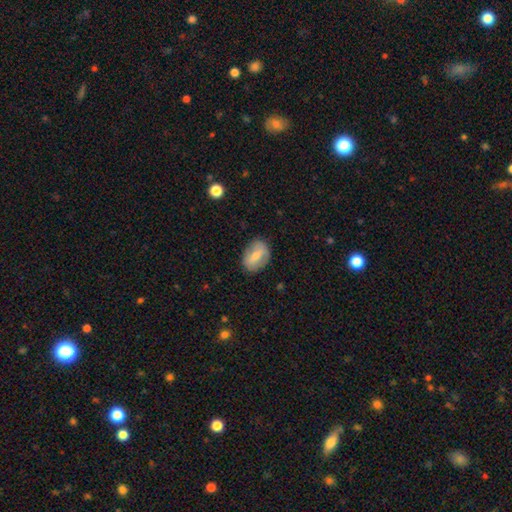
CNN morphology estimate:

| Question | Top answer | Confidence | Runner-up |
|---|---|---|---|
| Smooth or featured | smooth | 60% | featured or disk (33%) |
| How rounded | in between | 75% | round (23%) |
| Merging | none | 79% | minor disturbance (16%) |